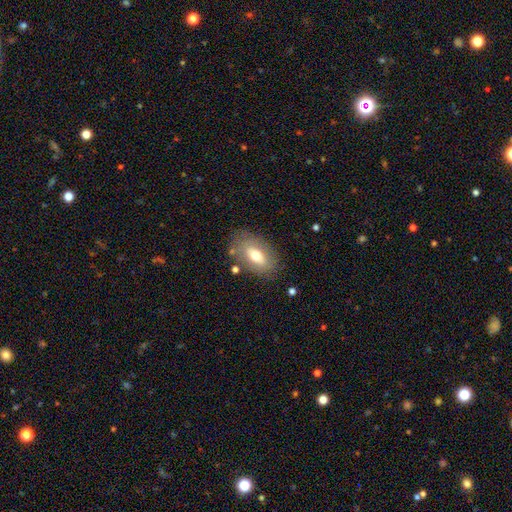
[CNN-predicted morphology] smooth 59%, featured or disk 33%, star or artifact 8%. Down the decision tree: how rounded — in between (90%); merging — none (76%).